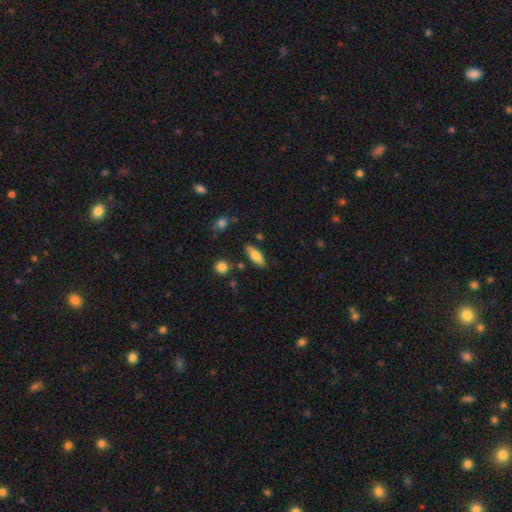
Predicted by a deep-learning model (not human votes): Smooth or featured? smooth (68%)
How rounded? in between (65%)
Merging? none (81%)